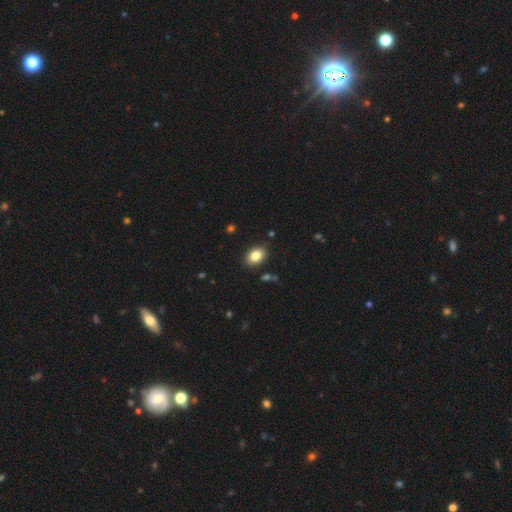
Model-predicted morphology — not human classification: smooth_or_featured: smooth (p=0.84) [alt: star or artifact p=0.09]
how_rounded: in between (p=0.76) [alt: round p=0.23]
merging: none (p=0.88) [alt: minor disturbance p=0.08]